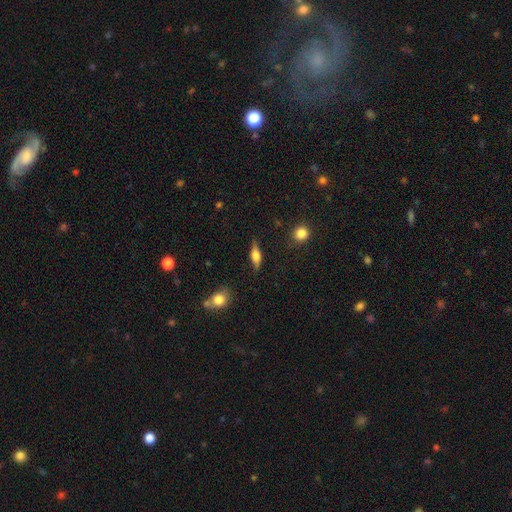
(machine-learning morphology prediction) smooth-or-featured: featured or disk: 49% | smooth: 43% | star or artifact: 7%
  merging: none: 83% | minor disturbance: 12% | major disturbance: 3% | merger: 2%